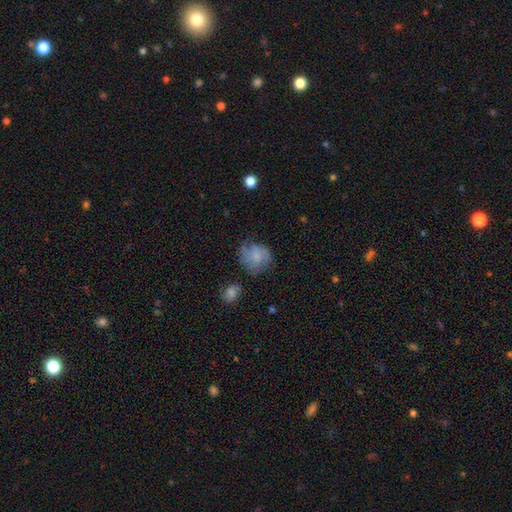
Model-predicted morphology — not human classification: Smooth or featured?
  - smooth: 60% *
  - featured or disk: 32%
  - star or artifact: 8%
How rounded?
  - round: 74% *
  - in between: 25%
  - cigar-shaped: 1%
Merging?
  - none: 52% *
  - minor disturbance: 29%
  - major disturbance: 15%
  - merger: 4%